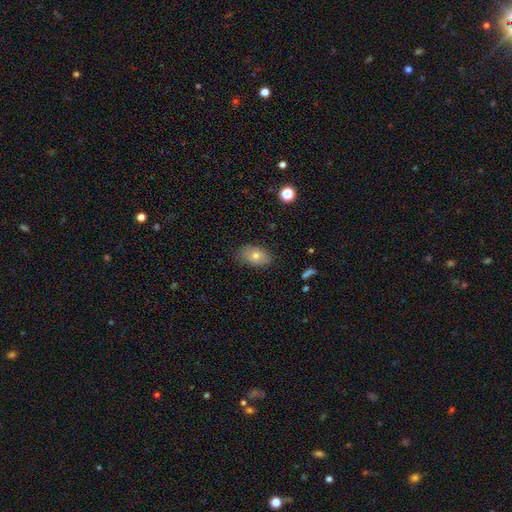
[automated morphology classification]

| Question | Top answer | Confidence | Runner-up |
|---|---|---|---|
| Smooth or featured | smooth | 70% | featured or disk (20%) |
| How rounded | in between | 86% | round (12%) |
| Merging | none | 81% | minor disturbance (15%) |